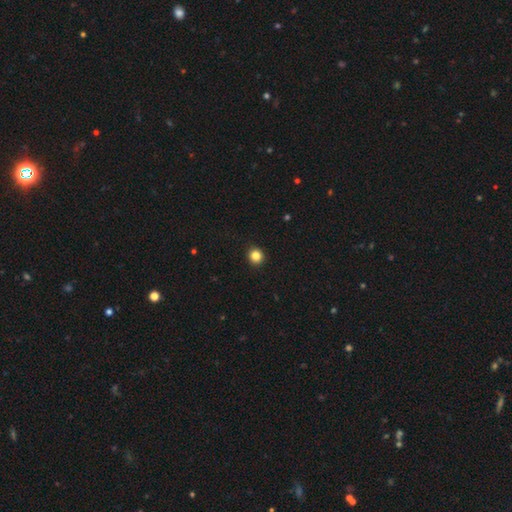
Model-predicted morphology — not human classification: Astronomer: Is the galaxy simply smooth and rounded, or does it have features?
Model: smooth — 84%.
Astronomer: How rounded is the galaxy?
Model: round — 92%.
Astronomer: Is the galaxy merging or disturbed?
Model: none — 93%.